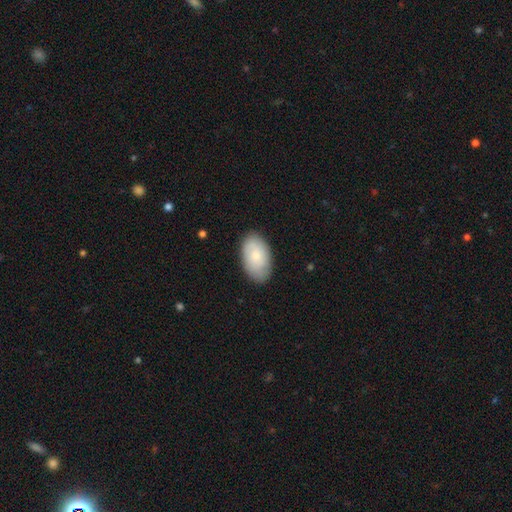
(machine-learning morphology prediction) Smooth or featured?
  - smooth: 70% *
  - featured or disk: 24%
  - star or artifact: 6%
How rounded?
  - in between: 94% *
  - round: 4%
  - cigar-shaped: 2%
Merging?
  - none: 82% *
  - minor disturbance: 14%
  - major disturbance: 3%
  - merger: 1%